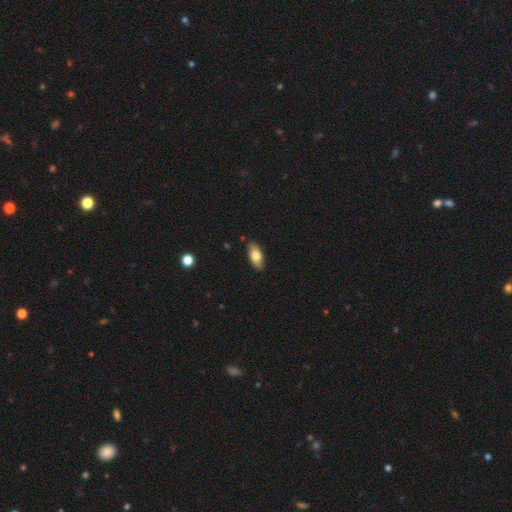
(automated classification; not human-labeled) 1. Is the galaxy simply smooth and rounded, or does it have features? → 77% smooth, 16% featured or disk, 6% star or artifact.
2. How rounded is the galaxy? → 87% in between, 10% cigar-shaped, 3% round.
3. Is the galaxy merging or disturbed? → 87% none, 10% minor disturbance, 2% major disturbance, 1% merger.